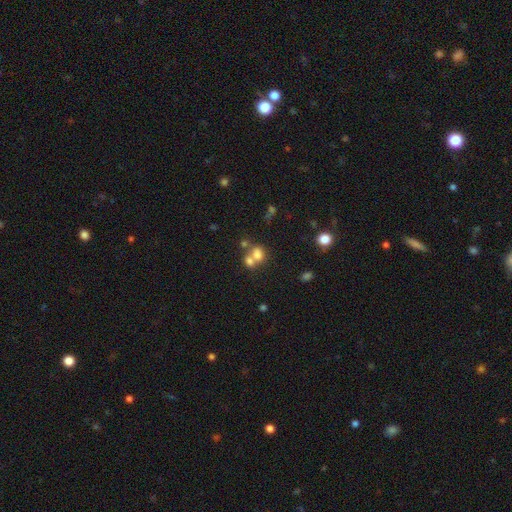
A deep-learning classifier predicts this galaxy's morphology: Smooth or featured: smooth — 68% (featured or disk — 17%)
How rounded: round — 57% (in between — 41%)
Merging: merger — 58% (none — 30%)